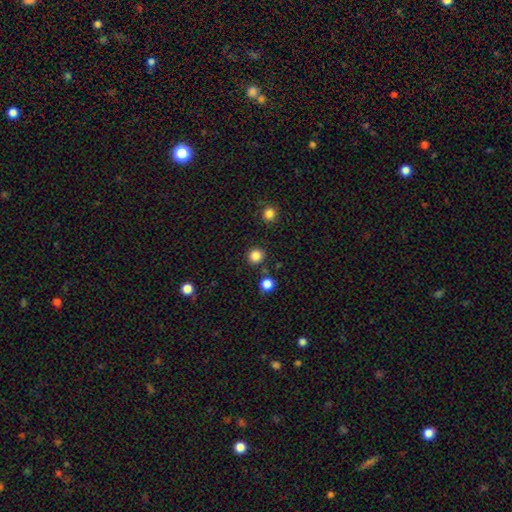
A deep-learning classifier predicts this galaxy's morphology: This is clearly a smooth galaxy (85%). How rounded: clearly round (92%). Merging: clearly none (88%).